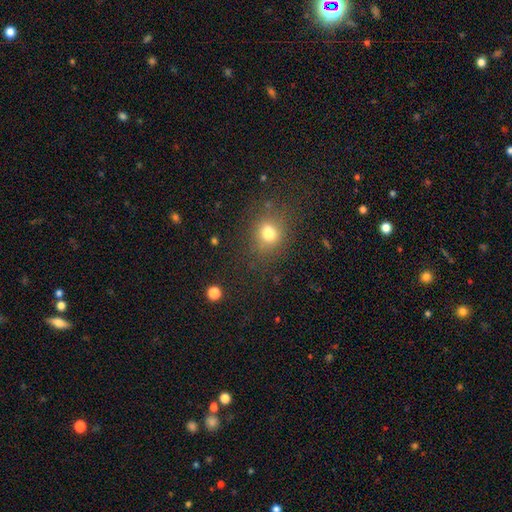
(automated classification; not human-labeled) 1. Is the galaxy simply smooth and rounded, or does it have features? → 64% smooth, 29% star or artifact, 7% featured or disk.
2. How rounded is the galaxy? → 70% round, 29% in between, 1% cigar-shaped.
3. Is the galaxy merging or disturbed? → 88% none, 8% minor disturbance, 3% major disturbance, 2% merger.